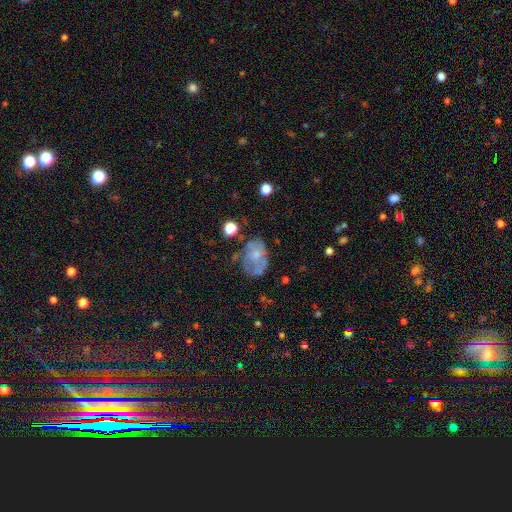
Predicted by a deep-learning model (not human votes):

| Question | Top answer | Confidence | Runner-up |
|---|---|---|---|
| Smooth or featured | featured or disk | 48% | smooth (39%) |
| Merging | none | 50% | minor disturbance (27%) |